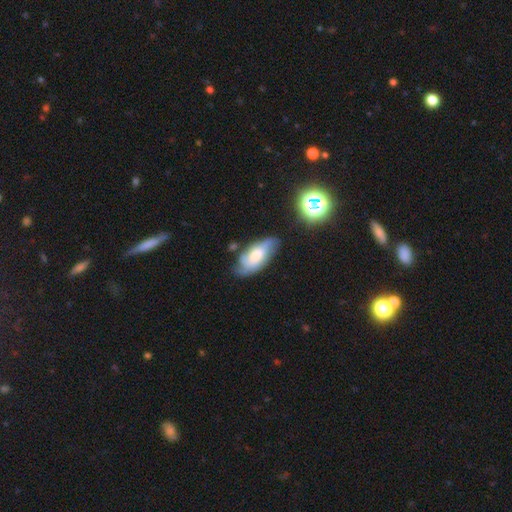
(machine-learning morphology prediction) smooth_or_featured: featured or disk (p=0.50) [alt: smooth p=0.42]
merging: none (p=0.53) [alt: minor disturbance p=0.31]